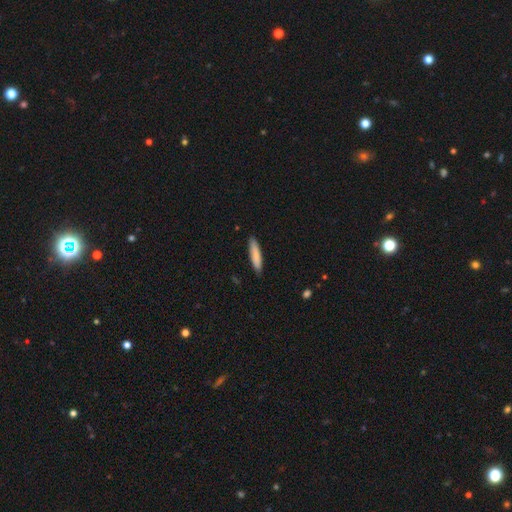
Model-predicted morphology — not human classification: Overall: smooth (84%). How rounded: cigar-shaped (84%). Merging: none (87%).